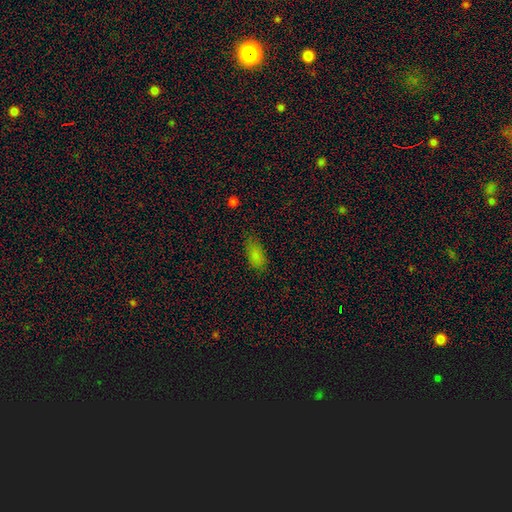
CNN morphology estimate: smooth-or-featured: smooth: 81% | star or artifact: 13% | featured or disk: 6%
  how-rounded: in between: 89% | cigar-shaped: 7% | round: 4%
  merging: none: 71% | minor disturbance: 22% | major disturbance: 5% | merger: 2%